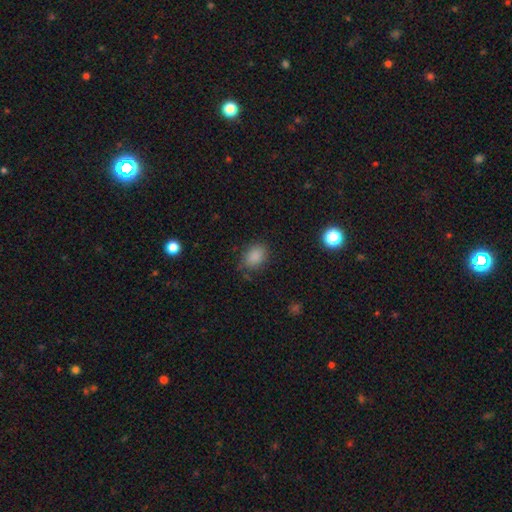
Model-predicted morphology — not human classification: The model was most divided on "how rounded": in between: 68%, round: 31%, cigar-shaped: 1%. More confident: smooth or featured — smooth (84%); merging — none (76%).